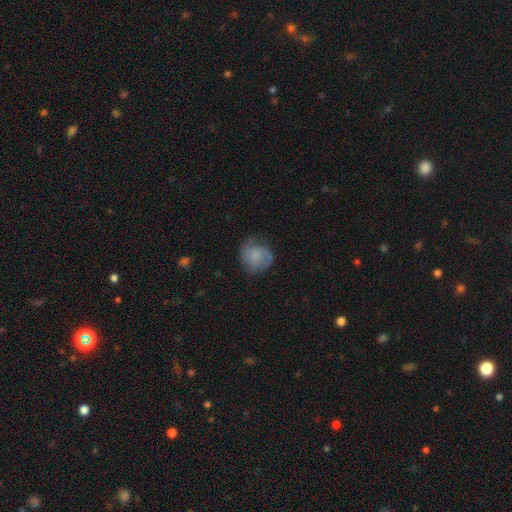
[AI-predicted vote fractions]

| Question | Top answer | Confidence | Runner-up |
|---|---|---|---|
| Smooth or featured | smooth | 67% | featured or disk (25%) |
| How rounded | round | 80% | in between (19%) |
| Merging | none | 59% | minor disturbance (27%) |